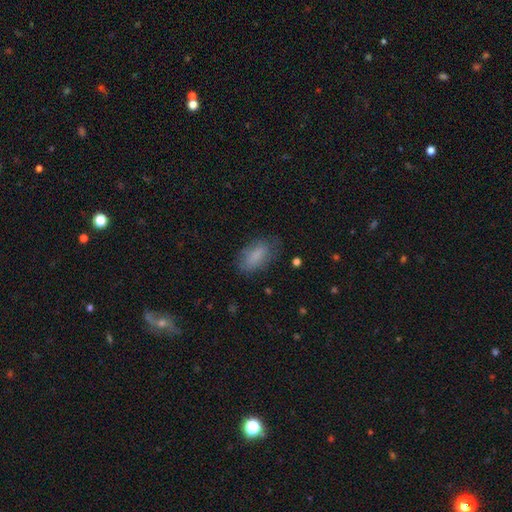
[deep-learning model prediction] A smooth galaxy with no disk features (81%) that is in between round and cigar-shaped (89%). Merging: none (72%).